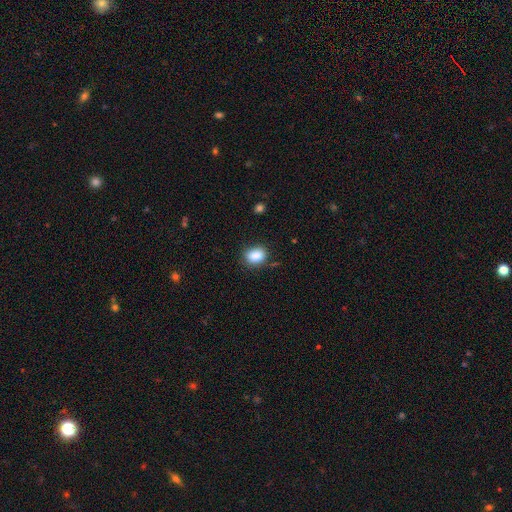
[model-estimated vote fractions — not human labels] The model was most divided on "how rounded": in between: 56%, round: 43%, cigar-shaped: 1%. More confident: smooth or featured — smooth (86%); merging — none (80%).